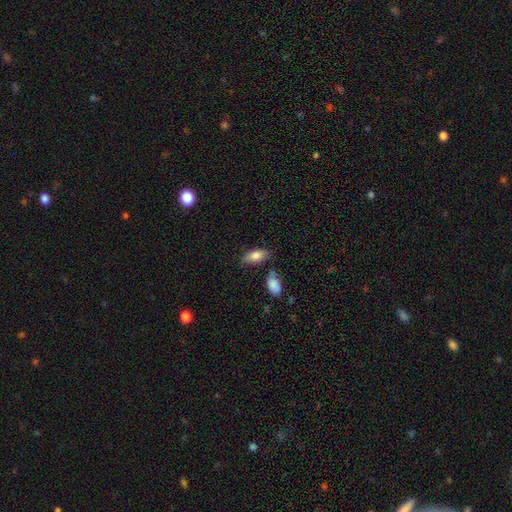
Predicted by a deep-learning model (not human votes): Overall: smooth (81%). How rounded: in between (86%). Merging: none (71%).